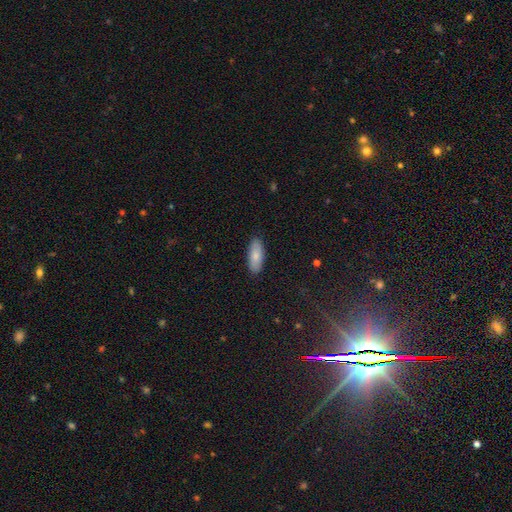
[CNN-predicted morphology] smooth-or-featured: smooth: 82% | featured or disk: 12% | star or artifact: 6%
  how-rounded: in between: 79% | cigar-shaped: 19% | round: 2%
  merging: none: 88% | minor disturbance: 9% | major disturbance: 2% | merger: 1%